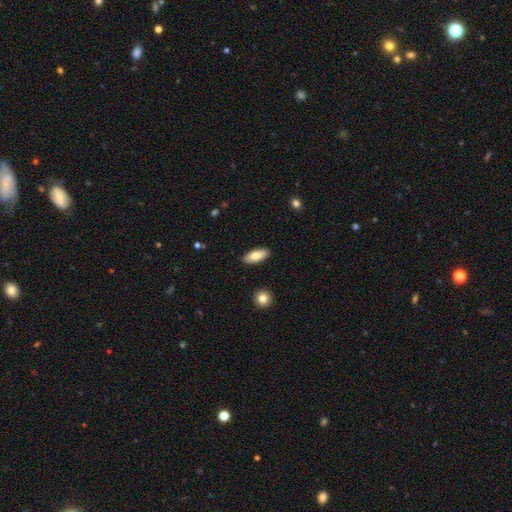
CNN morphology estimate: type=smooth (76%); roundness=in between (83%); merging=none (89%).